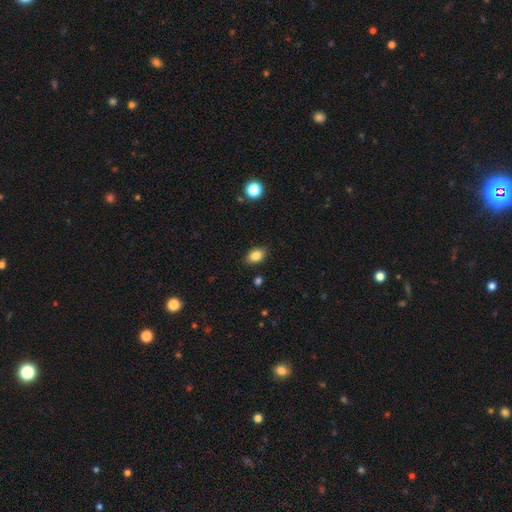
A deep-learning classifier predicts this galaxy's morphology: A smooth galaxy with no disk features (84%) that is in between round and cigar-shaped (84%).

Vote fractions:
- Smooth or featured? smooth: 84% / star or artifact: 9% / featured or disk: 6%
- How rounded? in between: 84% / round: 14% / cigar-shaped: 2%
- Merging? none: 87% / minor disturbance: 9% / major disturbance: 2% / merger: 1%